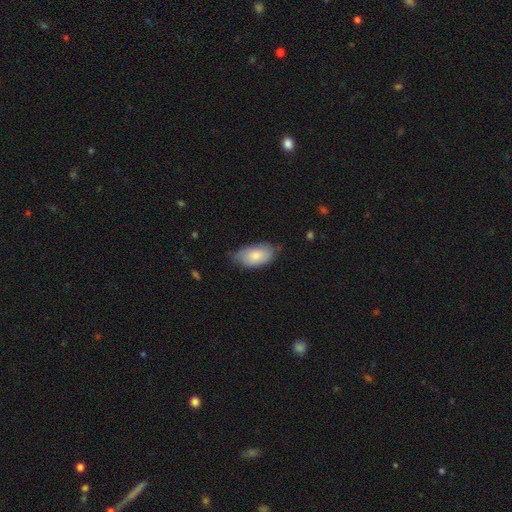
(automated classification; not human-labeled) A smooth galaxy with no disk features (80%) that is in between round and cigar-shaped (94%).

Vote fractions:
- Smooth or featured? smooth: 80% / featured or disk: 14% / star or artifact: 6%
- How rounded? in between: 94% / round: 4% / cigar-shaped: 2%
- Merging? none: 65% / minor disturbance: 29% / major disturbance: 5% / merger: 1%